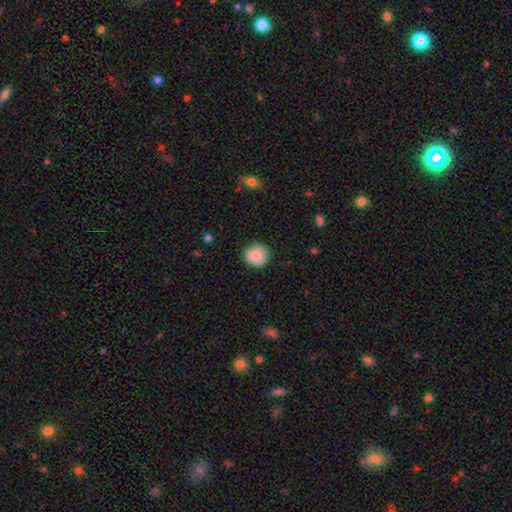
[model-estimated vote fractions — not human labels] Smooth or featured? Predicted: smooth (p=0.85). How rounded? Predicted: round (p=0.88). Merging? Predicted: none (p=0.82).